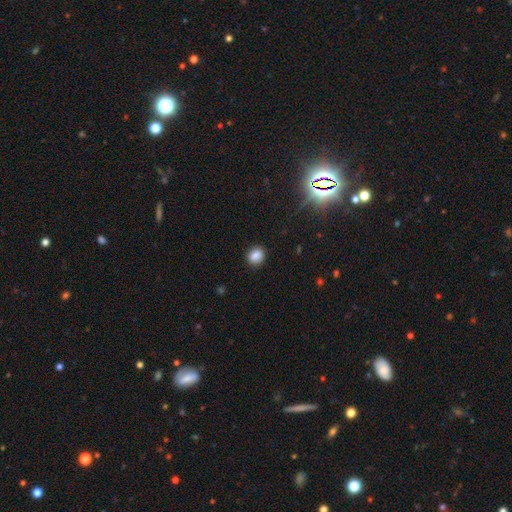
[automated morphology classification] The model was most divided on "how rounded": round: 73%, in between: 26%, cigar-shaped: 1%. More confident: merging — none (90%); smooth or featured — smooth (85%).